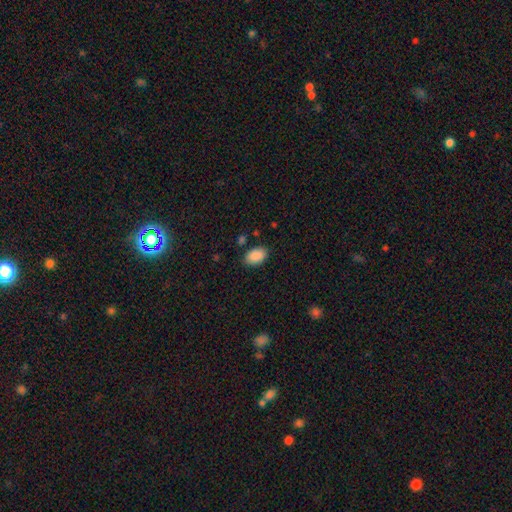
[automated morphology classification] A smooth galaxy with no disk features (90%) that is in between round and cigar-shaped (91%).

Vote fractions:
- Smooth or featured? smooth: 90% / star or artifact: 7% / featured or disk: 4%
- How rounded? in between: 91% / round: 8% / cigar-shaped: 1%
- Merging? none: 83% / minor disturbance: 12% / major disturbance: 3% / merger: 2%